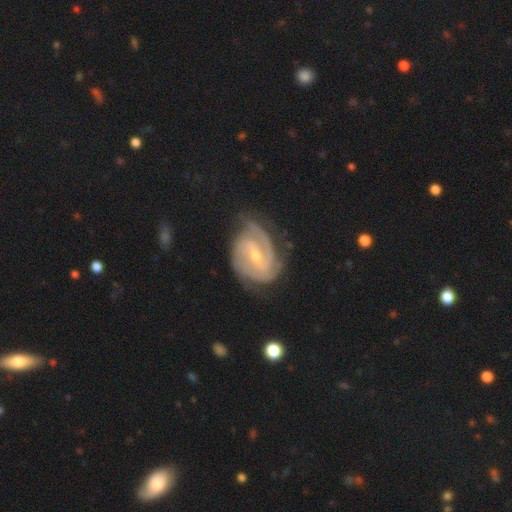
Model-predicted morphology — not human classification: Overall: featured or disk (91%). Edge-on disk: no (97%). Bar: weak (51%; strong 31%). Spiral arms: yes (98%). Spiral arm count: 2 (47%; 3 27%). Spiral winding: tight (59%; medium 35%). Bulge size: small (52%; moderate 45%). Merging: none (67%).